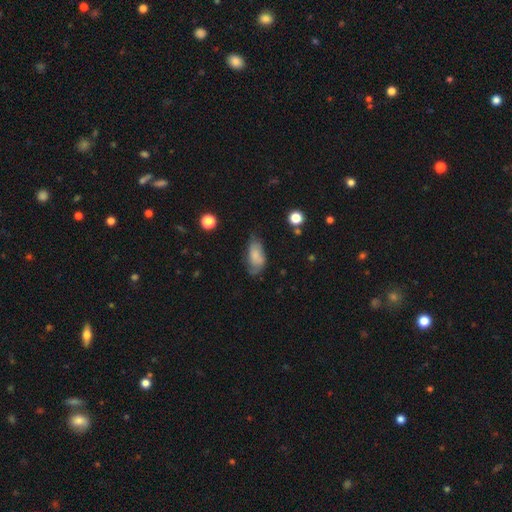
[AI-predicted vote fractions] A smooth galaxy with no disk features (67%) that is in between round and cigar-shaped (91%). Merging: none (51%).